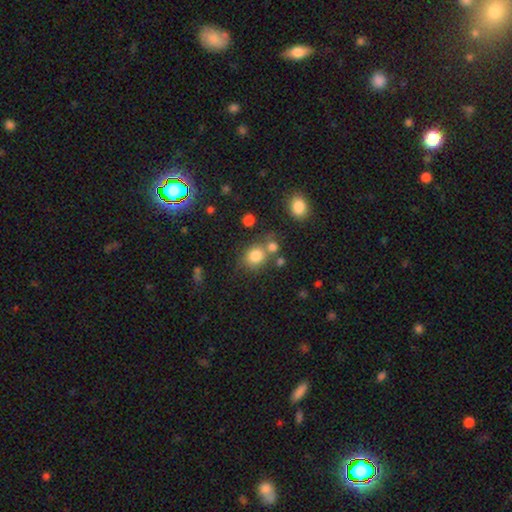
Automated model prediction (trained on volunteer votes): This appears to be a smooth galaxy with no disk features (80%) that is round (73%). Merging: none (59%).